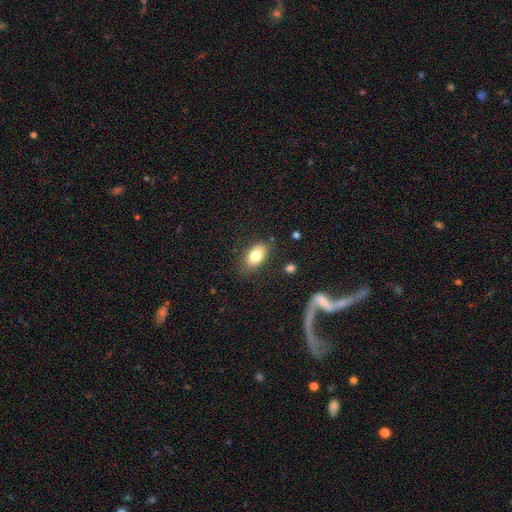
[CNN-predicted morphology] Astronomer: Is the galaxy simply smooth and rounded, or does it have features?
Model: smooth — 80%.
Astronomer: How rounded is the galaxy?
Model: in between — 91%.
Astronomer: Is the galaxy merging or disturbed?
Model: none — 80%.